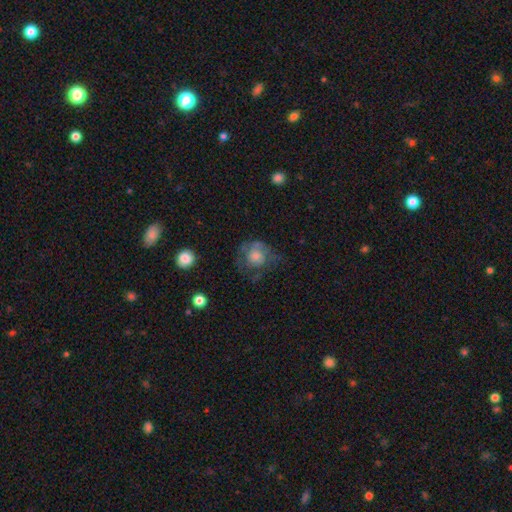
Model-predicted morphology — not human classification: Smooth or featured: smooth — 50% (featured or disk — 39%)
How rounded: round — 77% (in between — 22%)
Merging: none — 49% (major disturbance — 26%)